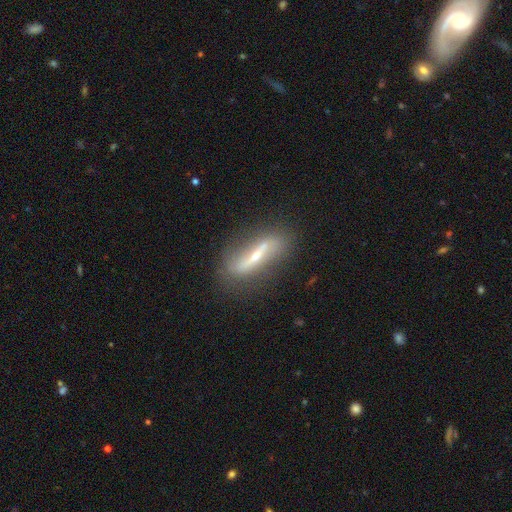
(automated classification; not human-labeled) Morphology: type=featured or disk (73%); edge-on=yes (51%); merging=none (77%).